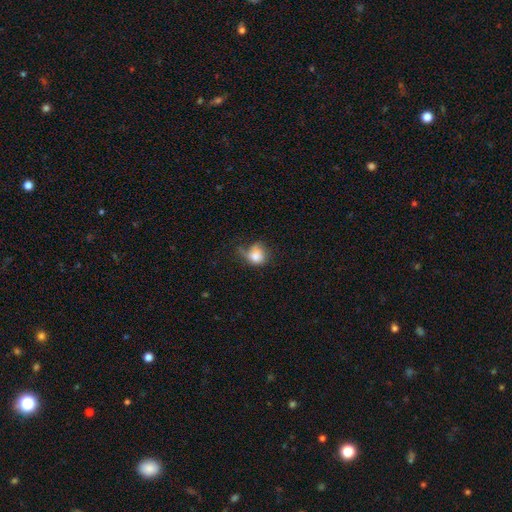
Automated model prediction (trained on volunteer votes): smooth-or-featured: smooth: 74% | featured or disk: 16% | star or artifact: 10%
  how-rounded: round: 61% | in between: 38% | cigar-shaped: 1%
  merging: none: 32% | major disturbance: 31% | minor disturbance: 31% | merger: 6%